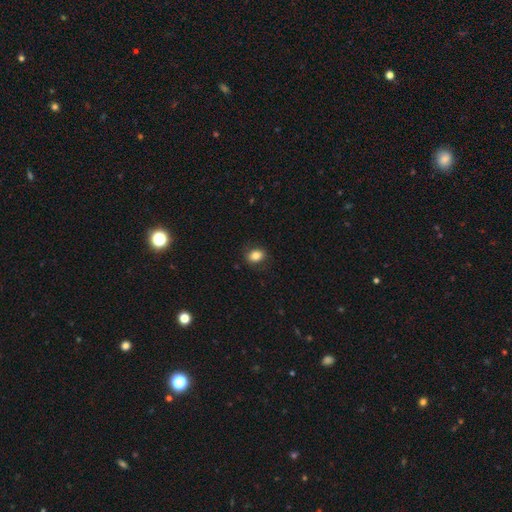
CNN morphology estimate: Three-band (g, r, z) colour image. It shows a smooth galaxy with no disk features (84%) that is in between round and cigar-shaped (58%). Merging: none (83%).